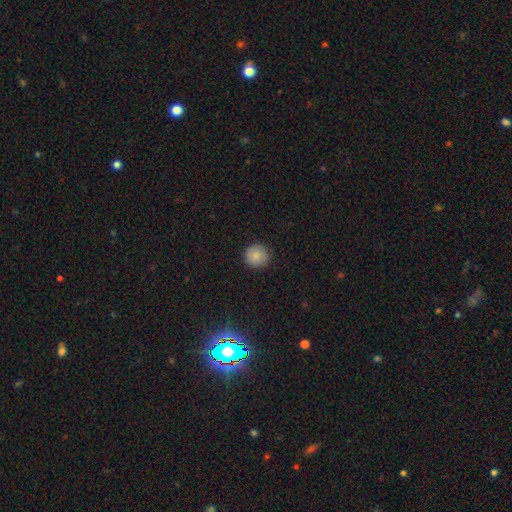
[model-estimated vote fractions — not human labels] This is clearly a smooth galaxy (86%). How rounded: clearly round (93%). Merging: clearly none (90%).